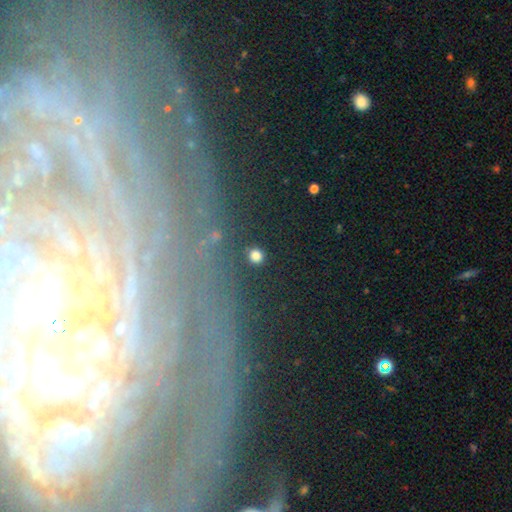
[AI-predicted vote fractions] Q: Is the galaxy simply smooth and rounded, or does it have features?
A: smooth — 80%.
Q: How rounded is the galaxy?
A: round — 91%.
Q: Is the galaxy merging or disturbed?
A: none — 91%.